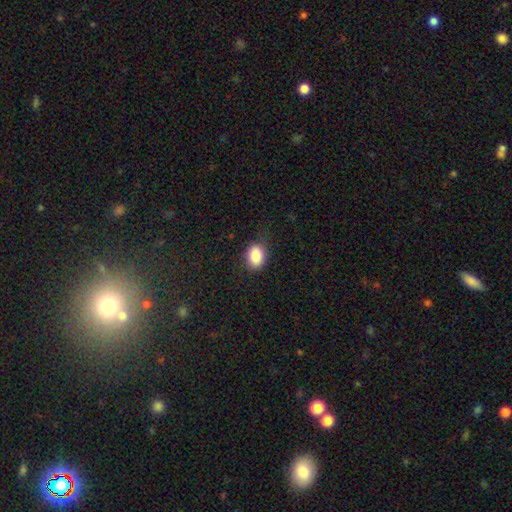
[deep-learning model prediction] A smooth galaxy with no disk features (85%) that is in between round and cigar-shaped (71%). Merging: none (79%).